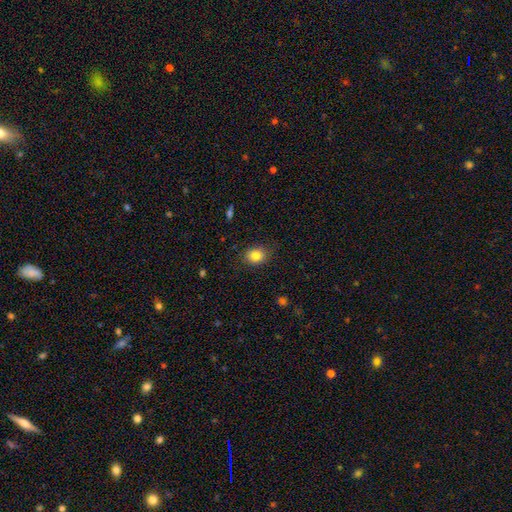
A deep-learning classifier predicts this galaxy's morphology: This appears to be a smooth galaxy with no disk features (84%) that is round (58%). Merging: none (83%).